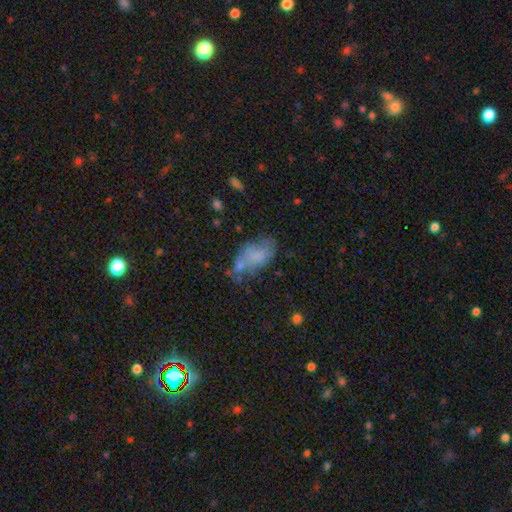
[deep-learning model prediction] Smooth or featured: smooth — 60% (featured or disk — 29%)
How rounded: in between — 89% (round — 8%)
Merging: none — 35% (minor disturbance — 26%)